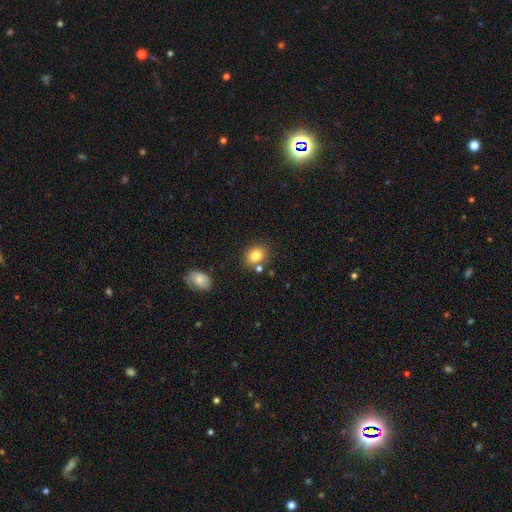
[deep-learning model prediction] Smooth or featured? Predicted: smooth (p=0.80). How rounded? Predicted: round (p=0.55). Merging? Predicted: none (p=0.73).